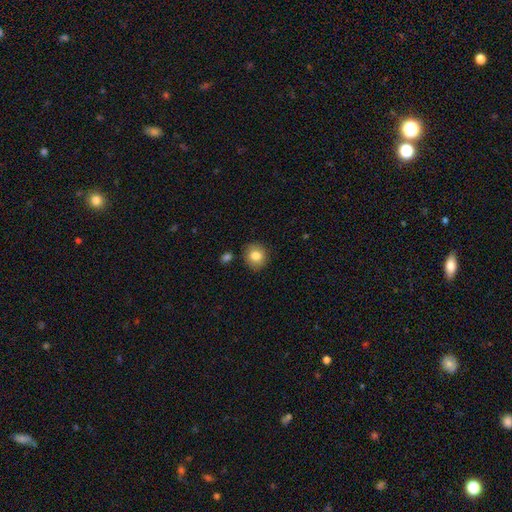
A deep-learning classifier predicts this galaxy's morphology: This appears to be a smooth galaxy with no disk features (82%) that is round (83%). Merging: none (85%).